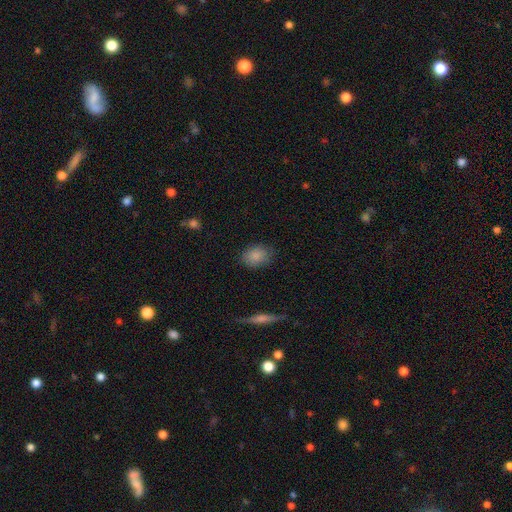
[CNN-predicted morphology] Q: Smooth or featured?
A: smooth (86%); runner-up: star or artifact (8%)
Q: How rounded?
A: in between (64%); runner-up: round (34%)
Q: Merging?
A: none (81%); runner-up: minor disturbance (14%)